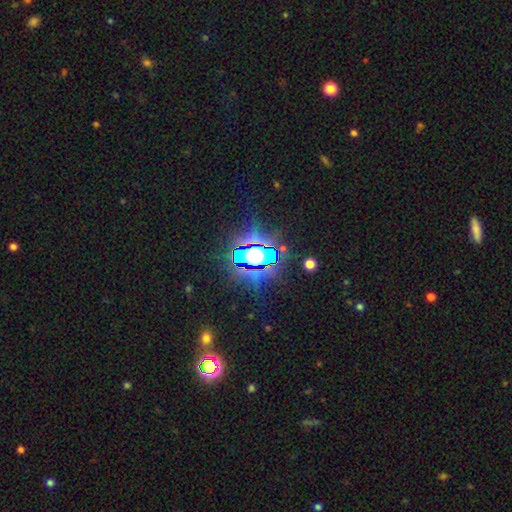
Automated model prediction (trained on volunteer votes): Smooth or featured: star or artifact — 71% (smooth — 18%)